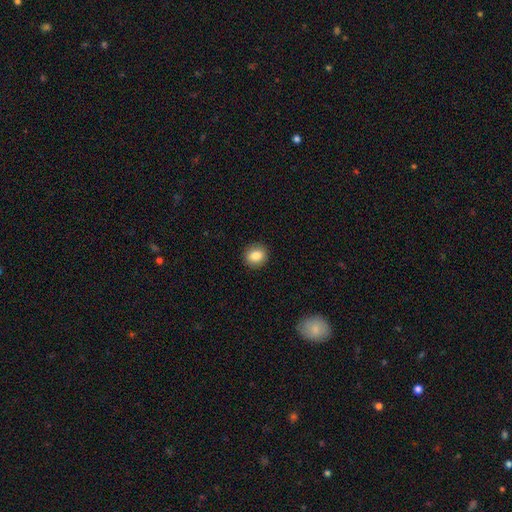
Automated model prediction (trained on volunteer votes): smooth-or-featured: smooth: 85% | star or artifact: 9% | featured or disk: 6%
  how-rounded: round: 77% | in between: 22% | cigar-shaped: 1%
  merging: none: 90% | minor disturbance: 7% | major disturbance: 2% | merger: 1%